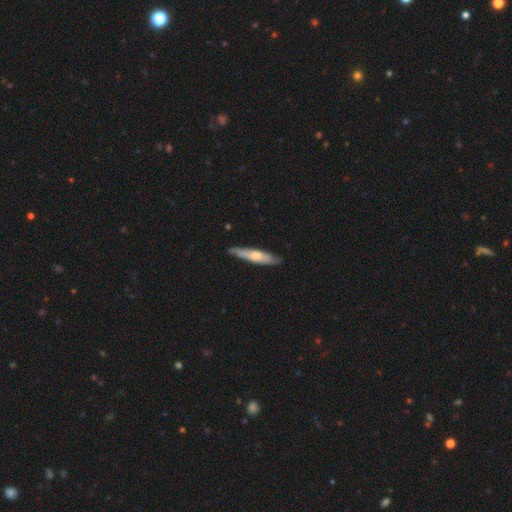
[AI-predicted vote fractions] Q: Smooth or featured?
A: smooth (57%); runner-up: featured or disk (38%)
Q: How rounded?
A: cigar-shaped (84%); runner-up: in between (14%)
Q: Merging?
A: none (79%); runner-up: minor disturbance (17%)